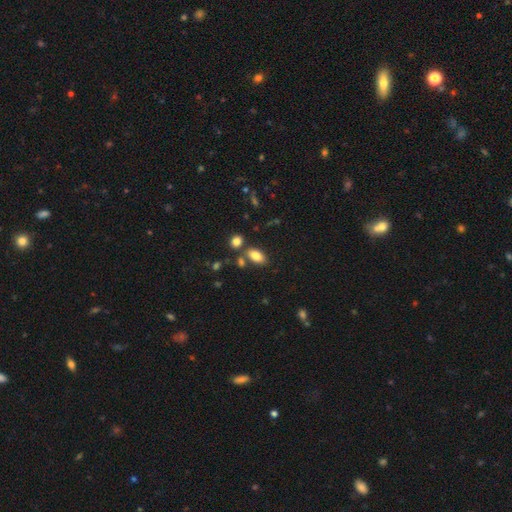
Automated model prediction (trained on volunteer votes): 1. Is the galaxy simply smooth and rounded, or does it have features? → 83% smooth, 9% star or artifact, 8% featured or disk.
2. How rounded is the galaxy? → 90% in between, 6% round, 3% cigar-shaped.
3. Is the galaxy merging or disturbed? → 70% none, 15% merger, 12% minor disturbance, 3% major disturbance.